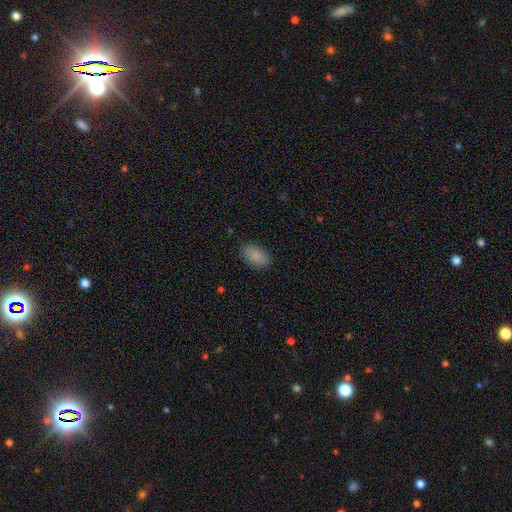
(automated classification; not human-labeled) The model was most divided on "merging": none: 86%, minor disturbance: 11%, major disturbance: 3%, merger: 1%. More confident: how rounded — in between (91%); smooth or featured — smooth (87%).